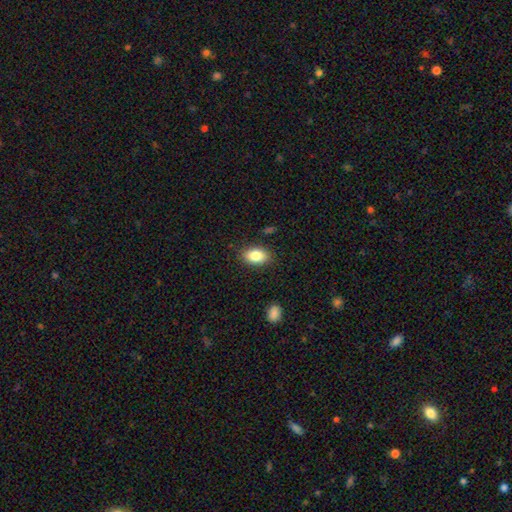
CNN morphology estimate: Smooth or featured? smooth (84%)
How rounded? in between (88%)
Merging? none (86%)